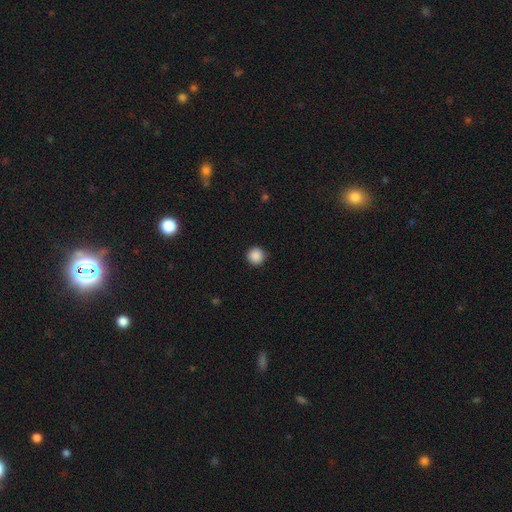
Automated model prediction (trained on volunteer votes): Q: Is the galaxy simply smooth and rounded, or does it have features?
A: smooth — 88%.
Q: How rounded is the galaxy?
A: round — 96%.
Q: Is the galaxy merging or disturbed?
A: none — 92%.